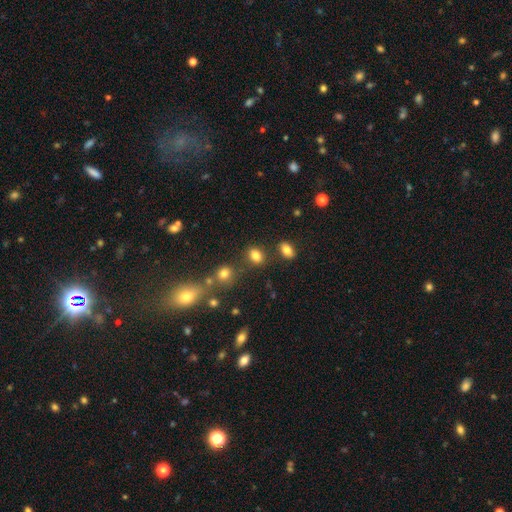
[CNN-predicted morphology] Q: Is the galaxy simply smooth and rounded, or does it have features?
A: smooth — 81%.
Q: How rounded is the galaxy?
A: in between — 69%.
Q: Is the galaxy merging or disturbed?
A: none — 74%.